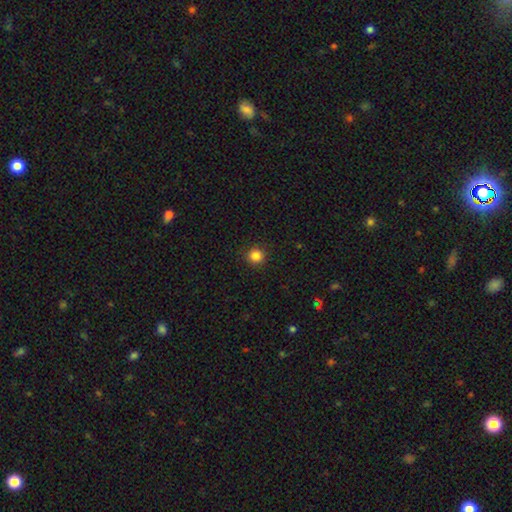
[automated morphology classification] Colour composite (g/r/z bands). It shows a smooth galaxy with no disk features (85%) that is round (95%). Merging: none (92%).